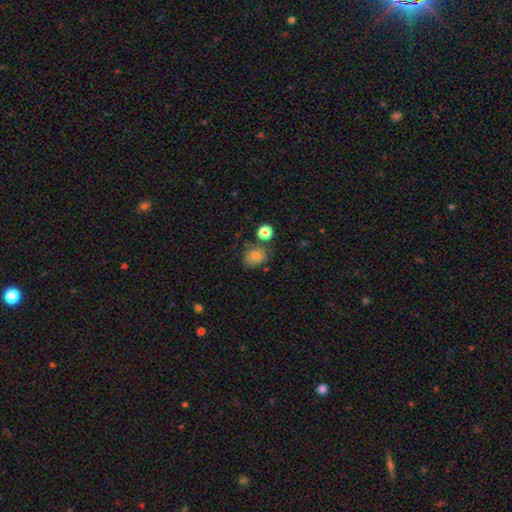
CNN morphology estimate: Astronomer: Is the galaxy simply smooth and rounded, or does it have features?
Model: smooth — 81%.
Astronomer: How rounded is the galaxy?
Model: round — 61% (runner-up: in between, 38%).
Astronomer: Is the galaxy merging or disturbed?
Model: none — 67%.